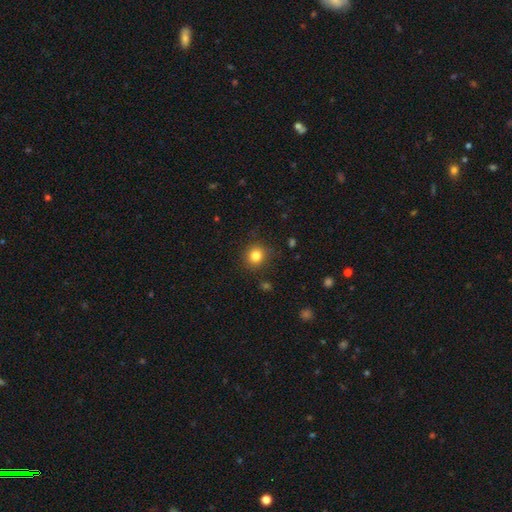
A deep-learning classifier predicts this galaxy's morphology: The model was most divided on "smooth or featured": smooth: 83%, star or artifact: 11%, featured or disk: 6%. More confident: how rounded — round (88%); merging — none (87%).